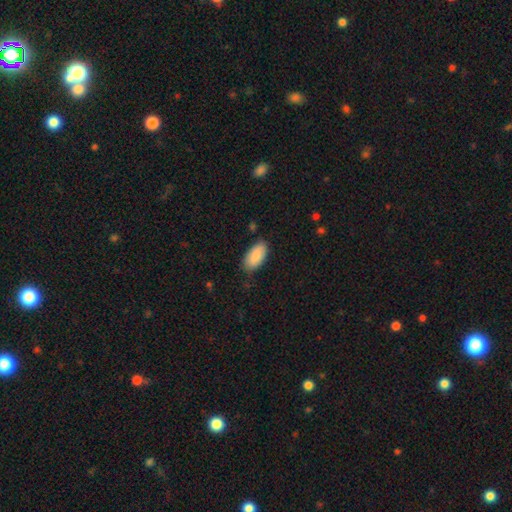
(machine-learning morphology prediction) smooth_or_featured: smooth (p=0.89) [alt: star or artifact p=0.06]
how_rounded: in between (p=0.93) [alt: cigar-shaped p=0.05]
merging: none (p=0.79) [alt: minor disturbance p=0.17]